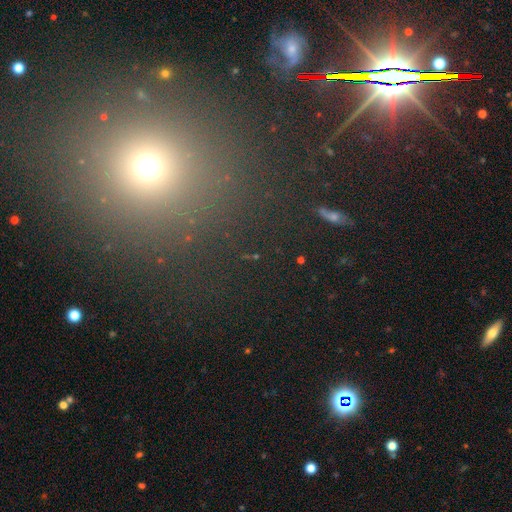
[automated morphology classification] Q: Smooth or featured?
A: star or artifact (52%); runner-up: smooth (36%)